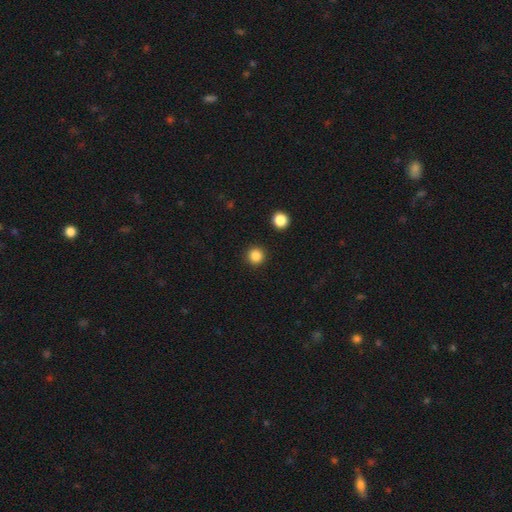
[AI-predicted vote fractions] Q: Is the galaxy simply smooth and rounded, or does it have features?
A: smooth — 85%.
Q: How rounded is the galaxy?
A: round — 96%.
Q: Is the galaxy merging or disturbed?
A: none — 93%.